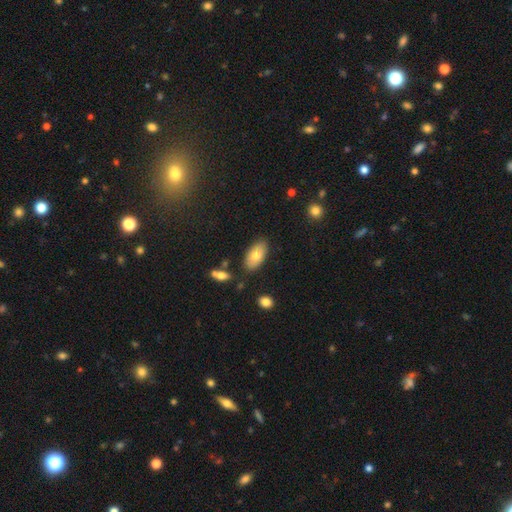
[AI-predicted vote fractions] Q: Smooth or featured?
A: smooth (76%); runner-up: featured or disk (17%)
Q: How rounded?
A: in between (93%); runner-up: cigar-shaped (4%)
Q: Merging?
A: none (80%); runner-up: minor disturbance (14%)